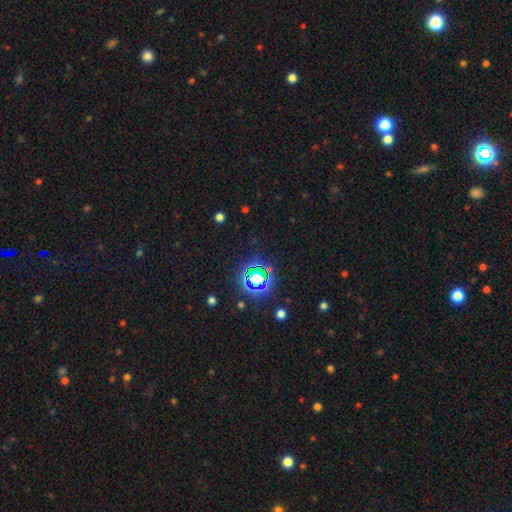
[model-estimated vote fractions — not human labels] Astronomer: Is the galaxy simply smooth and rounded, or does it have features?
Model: star or artifact — 78%.